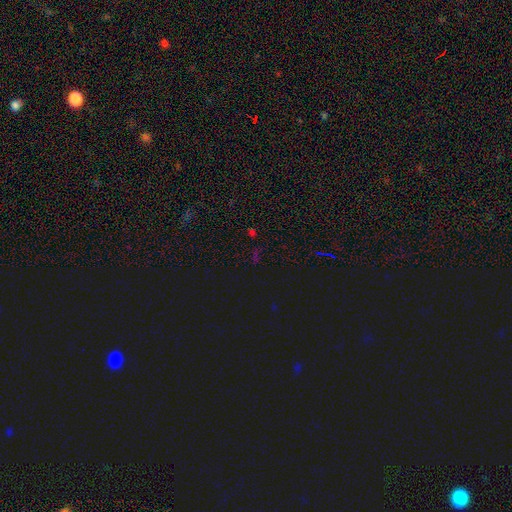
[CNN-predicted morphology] smooth-or-featured: star or artifact: 71% | smooth: 21% | featured or disk: 8%